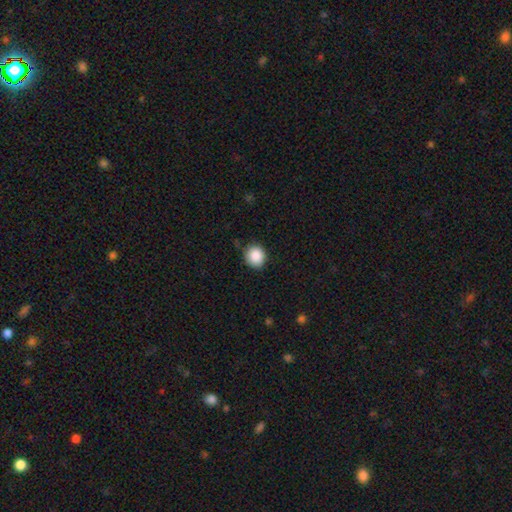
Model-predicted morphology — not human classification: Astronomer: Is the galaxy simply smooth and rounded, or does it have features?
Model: smooth — 88%.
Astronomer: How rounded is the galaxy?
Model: round — 83%.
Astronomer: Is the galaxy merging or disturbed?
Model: none — 84%.